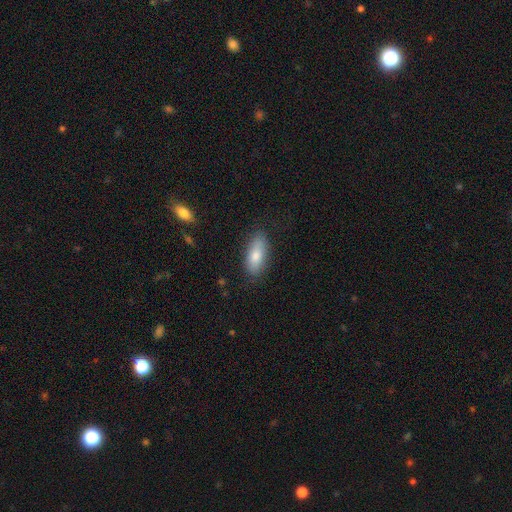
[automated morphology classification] The model was most divided on "how rounded": in between: 80%, cigar-shaped: 18%, round: 3%. More confident: merging — none (82%); smooth or featured — smooth (79%).